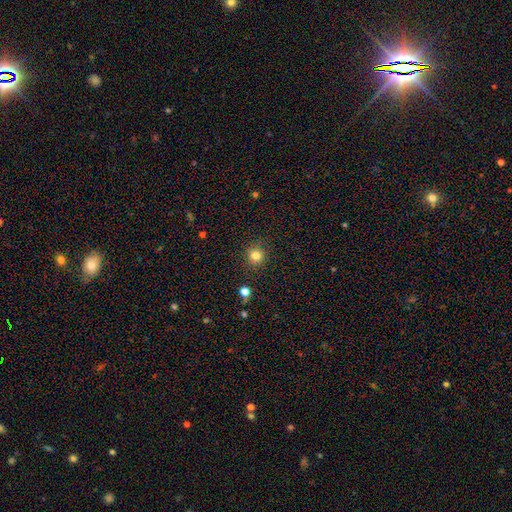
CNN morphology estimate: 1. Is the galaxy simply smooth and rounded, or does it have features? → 81% smooth, 13% star or artifact, 5% featured or disk.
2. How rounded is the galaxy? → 90% round, 9% in between, 1% cigar-shaped.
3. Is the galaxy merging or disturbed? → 89% none, 7% minor disturbance, 2% major disturbance, 2% merger.